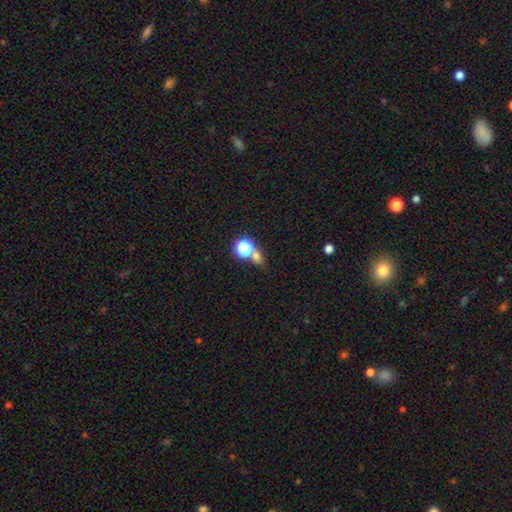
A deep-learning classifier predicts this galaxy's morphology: type=smooth (60%); roundness=round (64%); merging=none (54%).